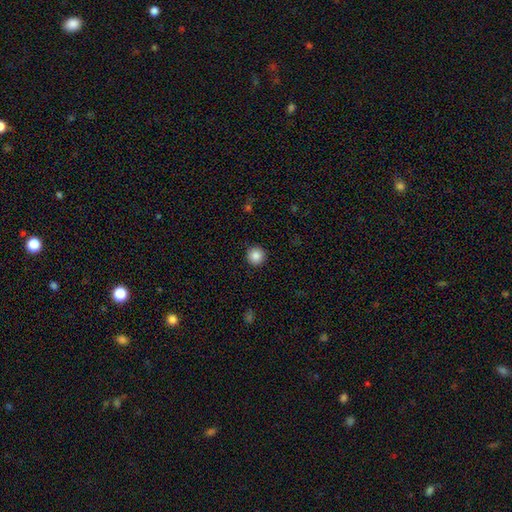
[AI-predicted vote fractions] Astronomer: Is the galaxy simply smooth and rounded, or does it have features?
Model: smooth — 87%.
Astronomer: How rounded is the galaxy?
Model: round — 96%.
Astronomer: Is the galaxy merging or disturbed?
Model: none — 92%.